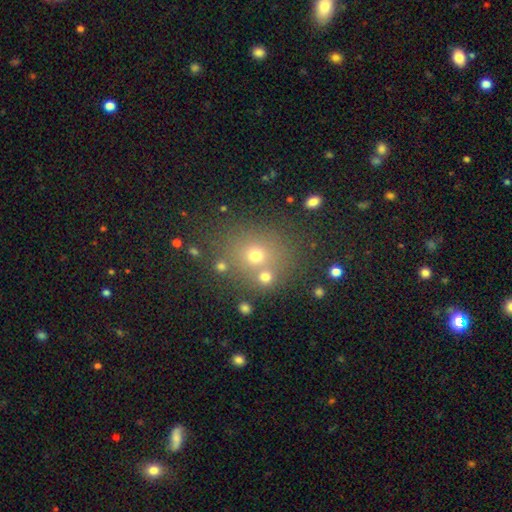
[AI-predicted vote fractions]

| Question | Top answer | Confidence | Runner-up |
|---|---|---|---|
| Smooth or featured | smooth | 65% | star or artifact (22%) |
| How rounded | round | 80% | in between (19%) |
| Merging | none | 70% | merger (15%) |